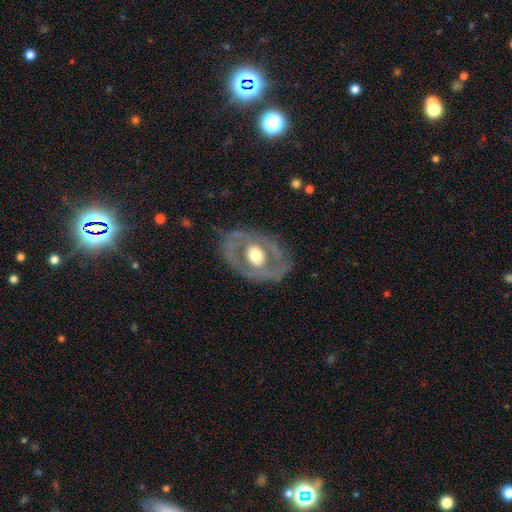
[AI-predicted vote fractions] Smooth or featured?
  - featured or disk: 68% *
  - smooth: 27%
  - star or artifact: 5%
Edge-on disk?
  - no: 93% *
  - yes: 7%
Bar?
  - no: 77% *
  - weak: 17%
  - strong: 7%
Spiral arms?
  - no: 71% *
  - yes: 29%
Bulge size?
  - moderate: 54% *
  - large: 38%
  - small: 4%
  - dominant: 3%
  - none: 1%
Merging?
  - none: 69% *
  - minor disturbance: 18%
  - major disturbance: 11%
  - merger: 2%